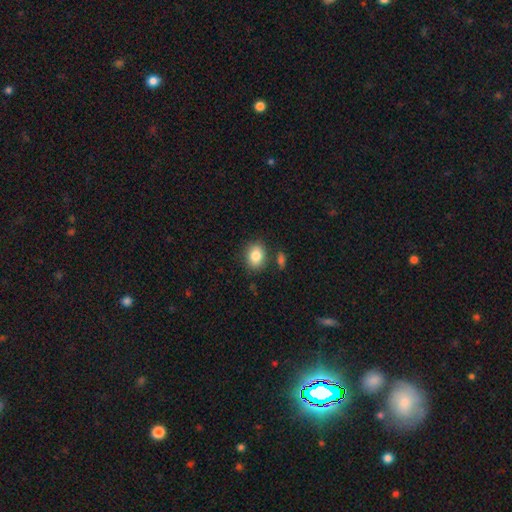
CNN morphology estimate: The model was most divided on "how rounded": in between: 58%, round: 41%, cigar-shaped: 1%. More confident: smooth or featured — smooth (84%); merging — none (79%).